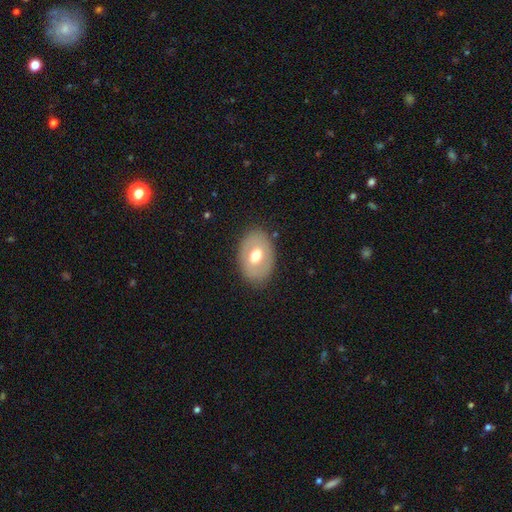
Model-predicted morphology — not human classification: Smooth or featured: smooth — 57% (featured or disk — 36%)
How rounded: in between — 80% (round — 19%)
Merging: none — 82% (minor disturbance — 12%)